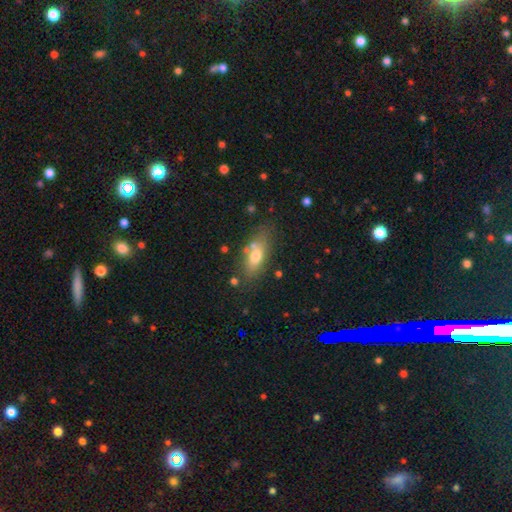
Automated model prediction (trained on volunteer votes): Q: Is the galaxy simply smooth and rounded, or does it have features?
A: smooth — 67%.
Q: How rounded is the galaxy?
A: in between — 75%.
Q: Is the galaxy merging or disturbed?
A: none — 69%.